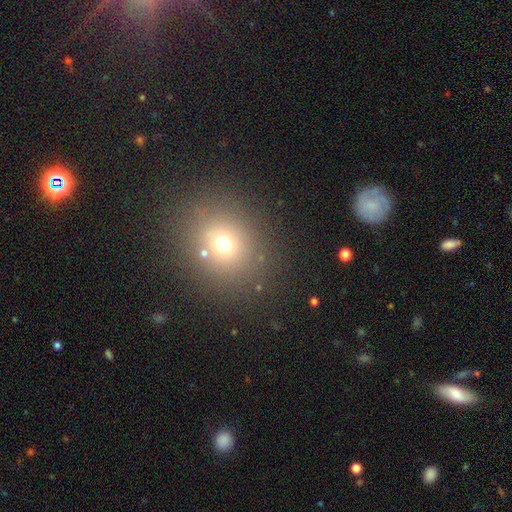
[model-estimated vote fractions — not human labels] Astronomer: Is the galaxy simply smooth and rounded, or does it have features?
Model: smooth — 55% (runner-up: star or artifact, 33%).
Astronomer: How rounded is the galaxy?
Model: round — 76%.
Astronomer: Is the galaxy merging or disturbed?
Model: none — 84%.